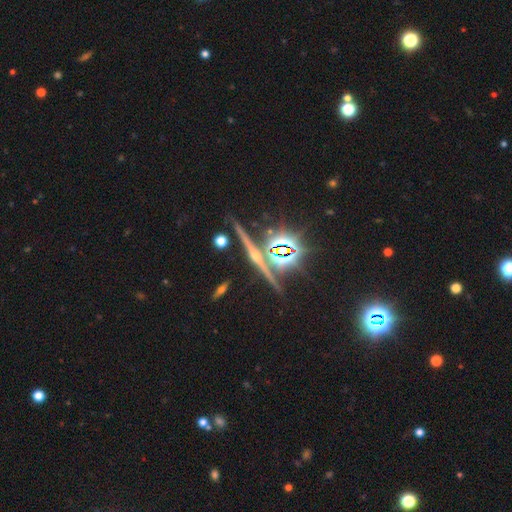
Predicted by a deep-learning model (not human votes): Overall: featured or disk (57%; star or artifact 32%). Edge-on disk: yes (94%). Edge-on bulge: rounded (76%). Merging: none (84%).